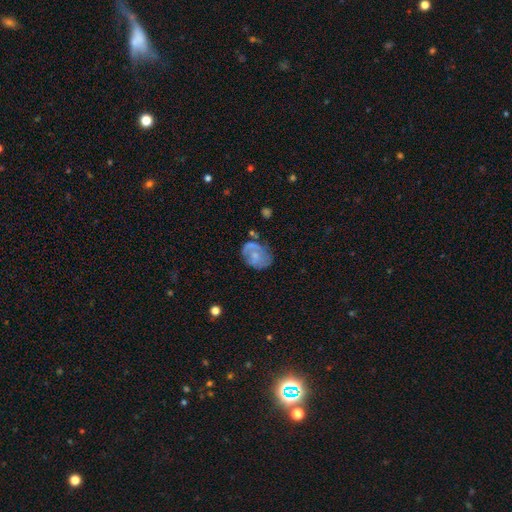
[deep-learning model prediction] featured or disk 52%, smooth 41%, star or artifact 8%. Down the decision tree: edge-on disk — no (97%); bar — no (75%); spiral arms — yes (66%); bulge size — small (56%); merging — none (52%).